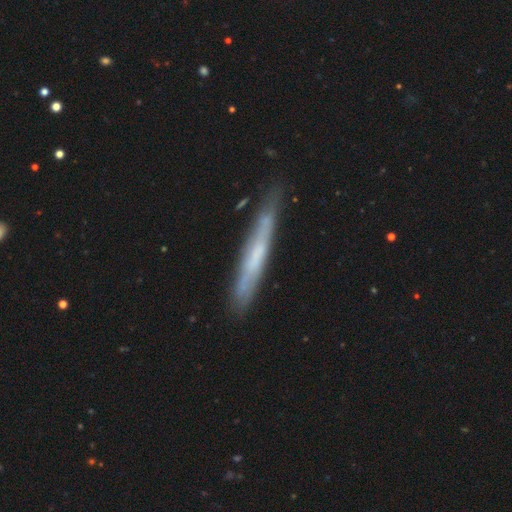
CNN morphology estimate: A featured or disk galaxy (53%) viewed edge-on (85%). Merging: none (78%).